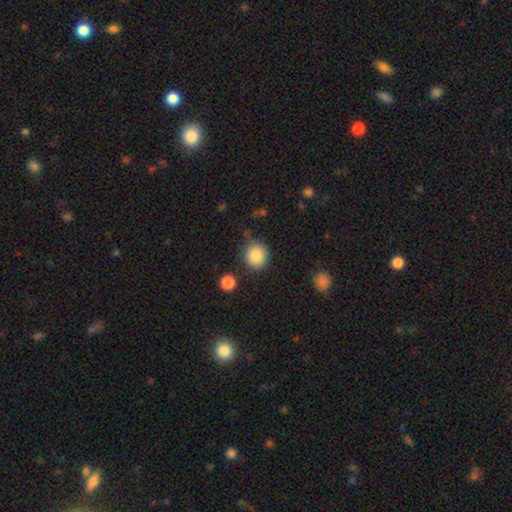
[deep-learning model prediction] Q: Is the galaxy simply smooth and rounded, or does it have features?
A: smooth — 85%.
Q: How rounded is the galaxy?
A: round — 86%.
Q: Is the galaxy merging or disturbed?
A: none — 78%.